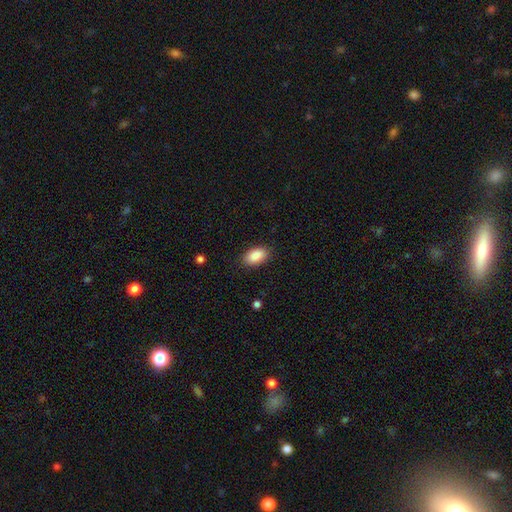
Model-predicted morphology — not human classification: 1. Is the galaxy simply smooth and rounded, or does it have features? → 90% smooth, 7% star or artifact, 4% featured or disk.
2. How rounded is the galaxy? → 93% in between, 5% round, 2% cigar-shaped.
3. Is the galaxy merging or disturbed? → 86% none, 10% minor disturbance, 3% major disturbance, 1% merger.